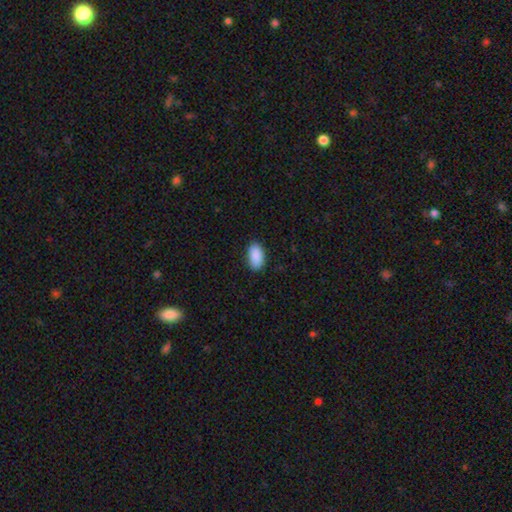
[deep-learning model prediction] Smooth or featured?
  - smooth: 91% *
  - star or artifact: 7%
  - featured or disk: 3%
How rounded?
  - in between: 95% *
  - round: 3%
  - cigar-shaped: 2%
Merging?
  - none: 86% *
  - minor disturbance: 11%
  - major disturbance: 2%
  - merger: 1%